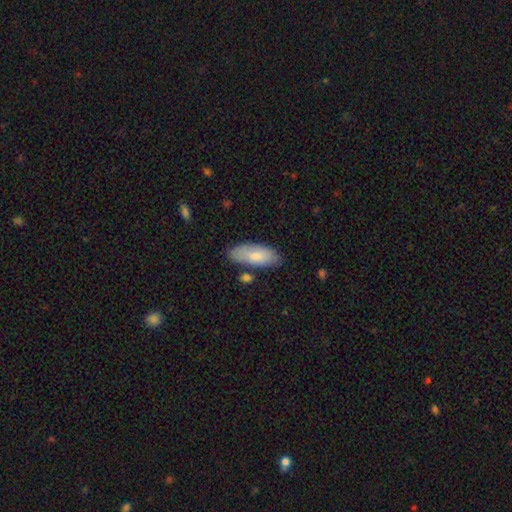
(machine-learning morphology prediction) A smooth galaxy with no disk features (80%) that is in between round and cigar-shaped (82%).

Vote fractions:
- Smooth or featured? smooth: 80% / featured or disk: 14% / star or artifact: 5%
- How rounded? in between: 82% / cigar-shaped: 17% / round: 2%
- Merging? none: 75% / minor disturbance: 17% / merger: 5% / major disturbance: 3%